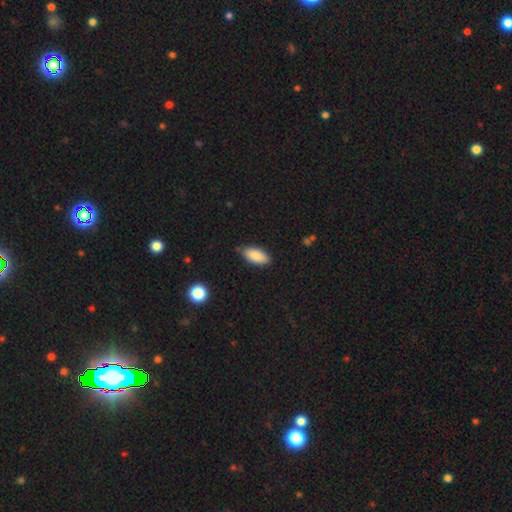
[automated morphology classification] A smooth galaxy with no disk features (88%) that is in between round and cigar-shaped (88%).

Vote fractions:
- Smooth or featured? smooth: 88% / star or artifact: 7% / featured or disk: 6%
- How rounded? in between: 88% / cigar-shaped: 10% / round: 2%
- Merging? none: 78% / minor disturbance: 17% / major disturbance: 3% / merger: 2%